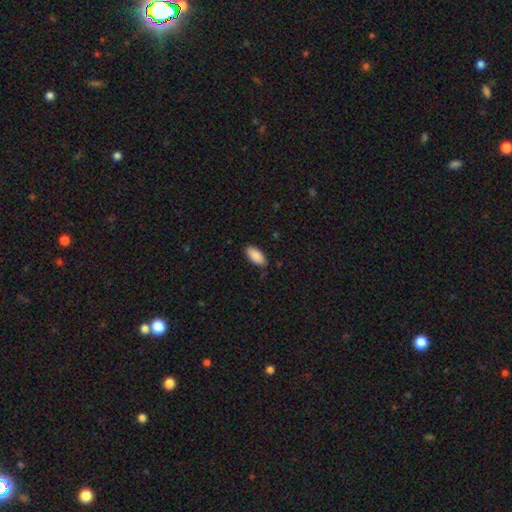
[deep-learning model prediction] A smooth galaxy with no disk features (90%) that is in between round and cigar-shaped (90%).

Vote fractions:
- Smooth or featured? smooth: 90% / star or artifact: 6% / featured or disk: 4%
- How rounded? in between: 90% / cigar-shaped: 8% / round: 2%
- Merging? none: 84% / minor disturbance: 12% / major disturbance: 2% / merger: 1%